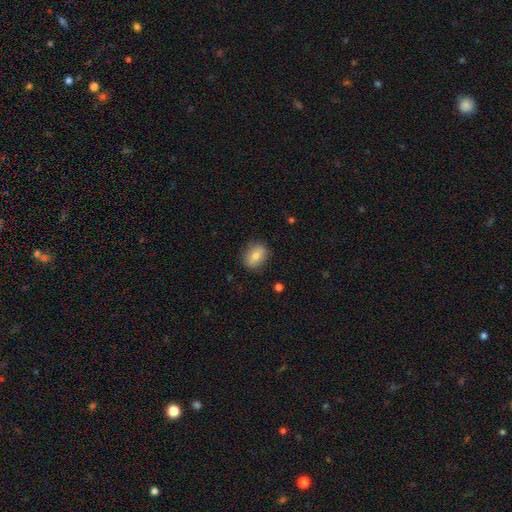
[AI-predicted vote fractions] This appears to be a smooth galaxy with no disk features (79%) that is in between round and cigar-shaped (65%). Merging: none (82%).